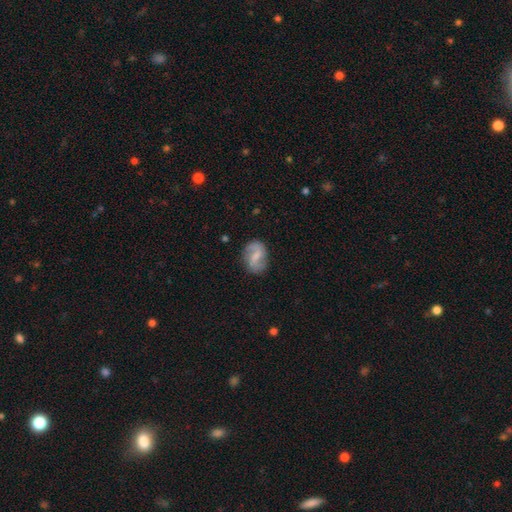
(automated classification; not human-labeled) Smooth or featured: featured or disk — 68% (smooth — 25%)
Edge-on disk: no — 98% (yes — 2%)
Bar: weak — 54% (no — 23%)
Spiral arms: yes — 91% (no — 9%)
Spiral winding: loose — 49% (medium — 39%)
Spiral arm count: 2 — 89% (can't tell — 5%)
Bulge size: small — 38% (moderate — 29%)
Merging: none — 79% (minor disturbance — 15%)